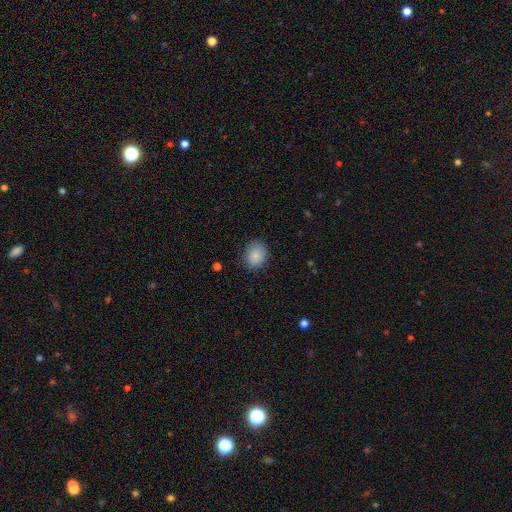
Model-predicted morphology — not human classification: This is clearly a smooth galaxy (88%). How rounded: possibly in between (54%). Merging: clearly none (84%).